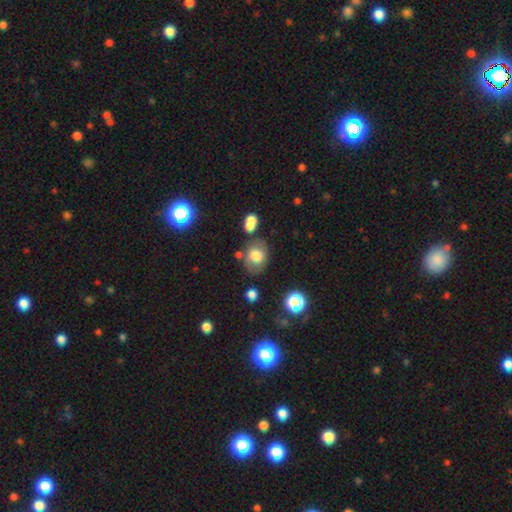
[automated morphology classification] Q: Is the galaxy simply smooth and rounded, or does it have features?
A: smooth — 70%.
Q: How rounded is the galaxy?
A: round — 49%, tied with in between.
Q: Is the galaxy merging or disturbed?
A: none — 65%.